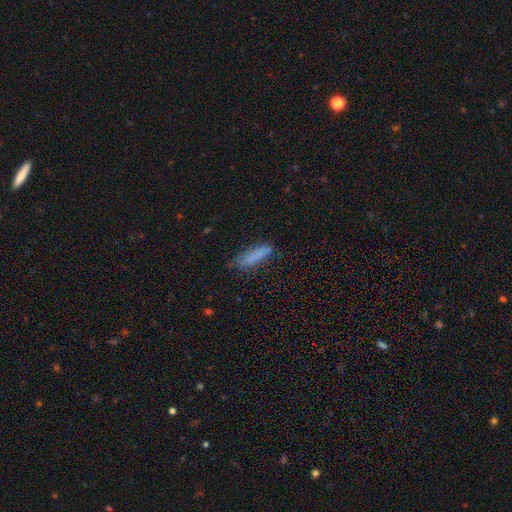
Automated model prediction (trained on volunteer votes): This is clearly a smooth galaxy (81%). How rounded: likely cigar-shaped (79%). Merging: likely none (74%).